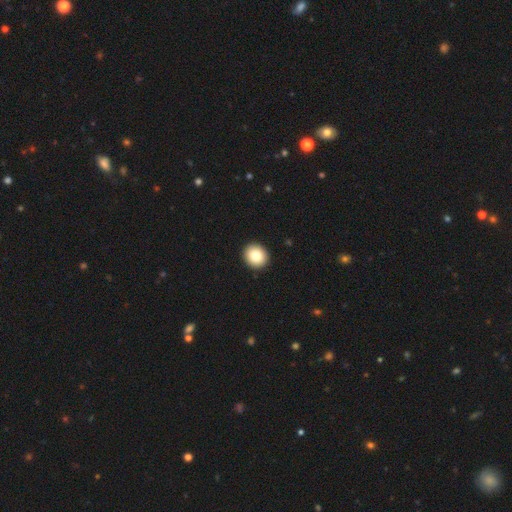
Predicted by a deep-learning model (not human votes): smooth-or-featured: smooth: 83% | star or artifact: 9% | featured or disk: 8%
  how-rounded: round: 86% | in between: 13% | cigar-shaped: 1%
  merging: none: 93% | minor disturbance: 4% | major disturbance: 1% | merger: 1%